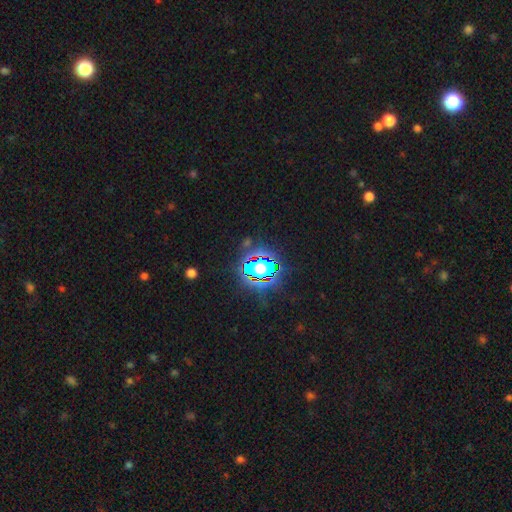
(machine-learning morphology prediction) Smooth or featured?
  - star or artifact: 83% *
  - smooth: 10%
  - featured or disk: 7%